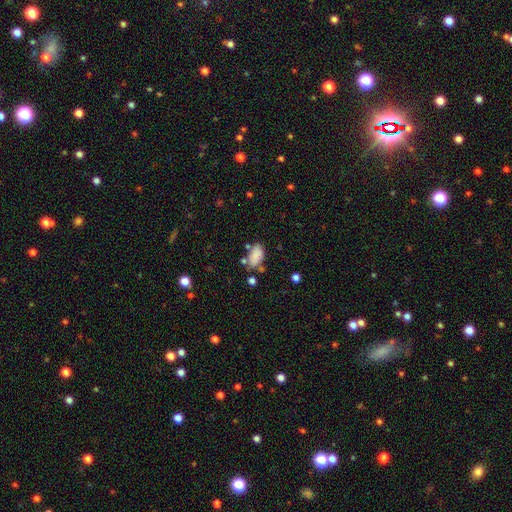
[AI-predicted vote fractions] Smooth or featured? smooth (80%)
How rounded? in between (92%)
Merging? none (54%)